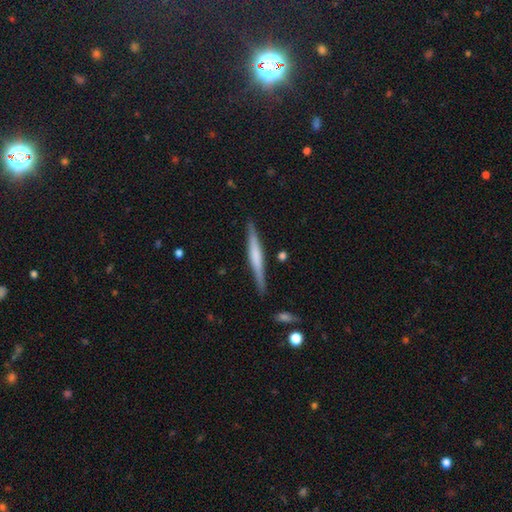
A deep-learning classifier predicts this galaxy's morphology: smooth-or-featured: featured or disk: 55% | smooth: 40% | star or artifact: 6%
  disk-edge-on: yes: 97% | no: 3%
    edge-on-bulge: none: 41% | rounded: 33% | boxy: 26%
  merging: none: 88% | minor disturbance: 9% | major disturbance: 2% | merger: 2%